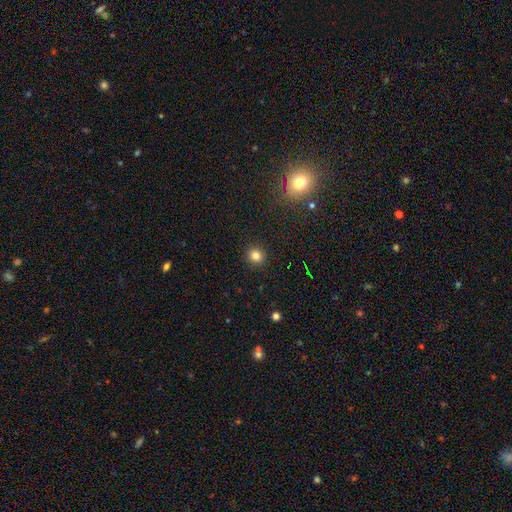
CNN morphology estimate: Q: Smooth or featured?
A: smooth (82%); runner-up: star or artifact (13%)
Q: How rounded?
A: round (90%); runner-up: in between (9%)
Q: Merging?
A: none (92%); runner-up: minor disturbance (5%)